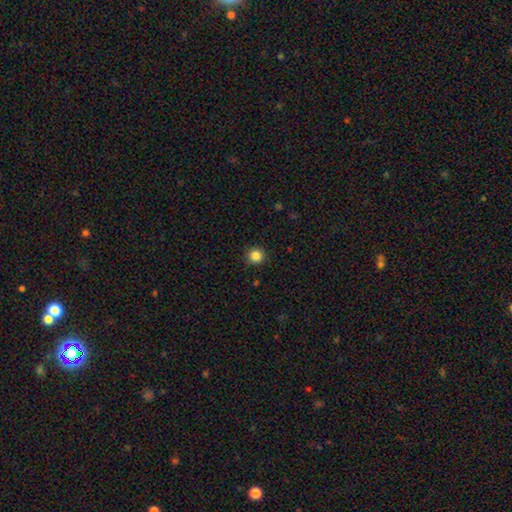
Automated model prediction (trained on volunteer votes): This appears to be a smooth galaxy with no disk features (85%) that is round (95%). Merging: none (92%).